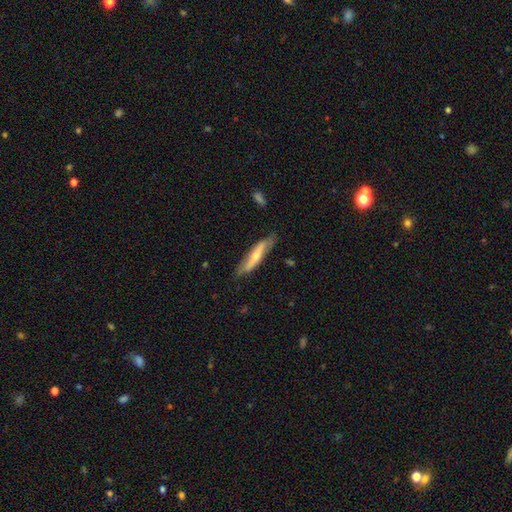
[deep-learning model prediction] Overall: featured or disk (53%; smooth 42%). Edge-on disk: yes (66%; no 34%). Merging: none (76%).